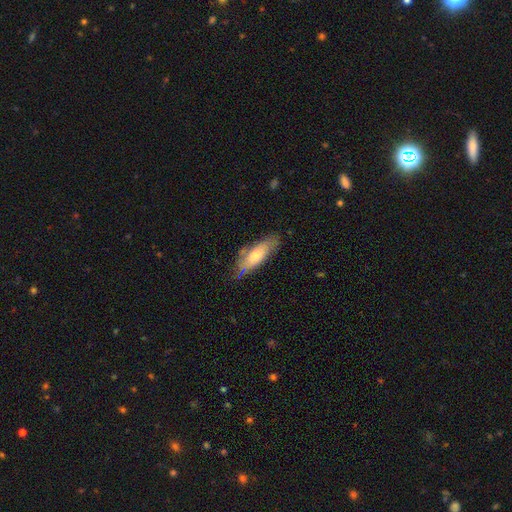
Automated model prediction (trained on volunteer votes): Smooth or featured: smooth — 72% (featured or disk — 22%)
How rounded: in between — 63% (cigar-shaped — 35%)
Merging: none — 65% (minor disturbance — 24%)